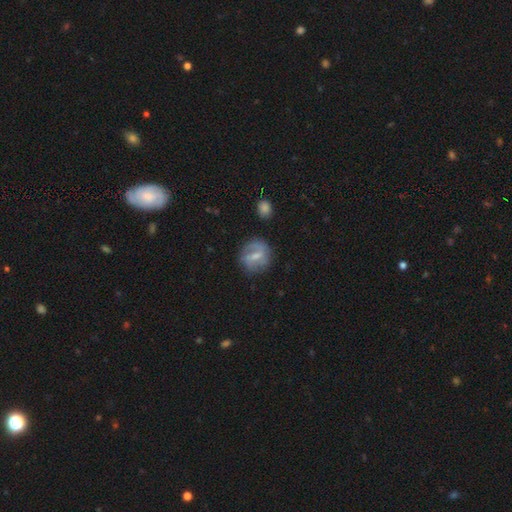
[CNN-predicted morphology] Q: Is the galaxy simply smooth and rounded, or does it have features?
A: featured or disk — 56%.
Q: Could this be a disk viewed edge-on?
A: no — 96%.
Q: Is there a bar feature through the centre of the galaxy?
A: weak — 51%.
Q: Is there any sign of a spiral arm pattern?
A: yes — 73%.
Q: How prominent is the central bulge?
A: small — 40%.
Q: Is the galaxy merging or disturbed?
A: none — 69%.